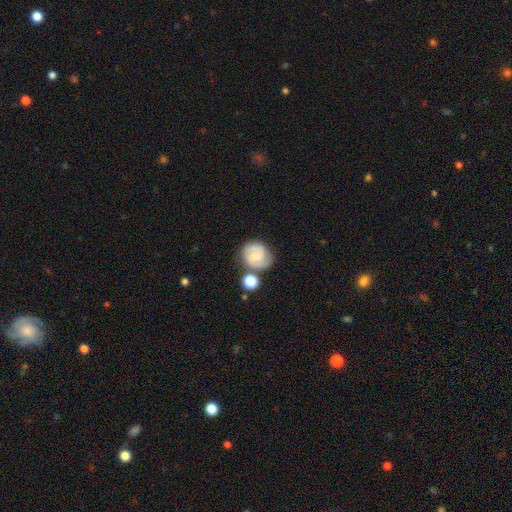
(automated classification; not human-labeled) Smooth or featured?
  - featured or disk: 52% *
  - smooth: 40%
  - star or artifact: 8%
Edge-on disk?
  - no: 98% *
  - yes: 2%
Bar?
  - no: 57% *
  - weak: 36%
  - strong: 7%
Spiral arms?
  - yes: 88% *
  - no: 12%
Bulge size?
  - small: 54% *
  - moderate: 24%
  - none: 17%
  - large: 3%
  - dominant: 2%
Merging?
  - none: 61% *
  - minor disturbance: 18%
  - merger: 15%
  - major disturbance: 6%